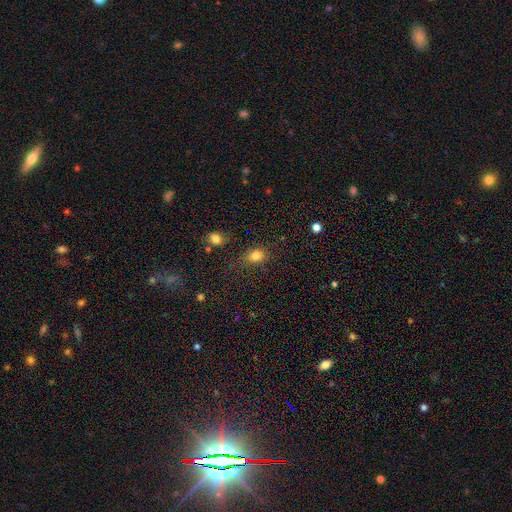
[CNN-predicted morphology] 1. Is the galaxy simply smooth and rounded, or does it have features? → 81% smooth, 12% star or artifact, 7% featured or disk.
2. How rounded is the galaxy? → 60% in between, 38% round, 1% cigar-shaped.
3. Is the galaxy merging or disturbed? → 69% none, 19% minor disturbance, 7% major disturbance, 5% merger.